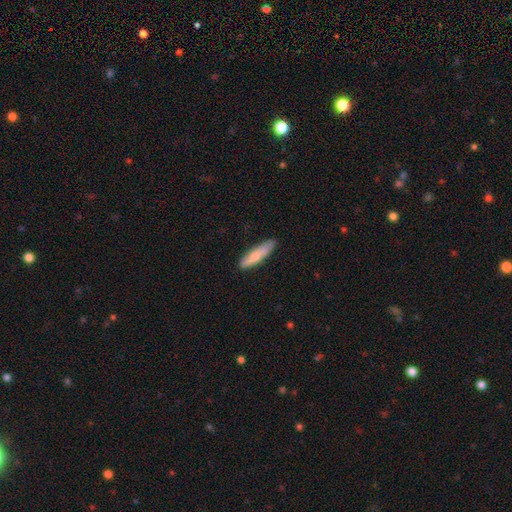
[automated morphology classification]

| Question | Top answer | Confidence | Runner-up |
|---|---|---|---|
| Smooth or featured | smooth | 76% | featured or disk (19%) |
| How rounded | cigar-shaped | 76% | in between (23%) |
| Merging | none | 84% | minor disturbance (13%) |